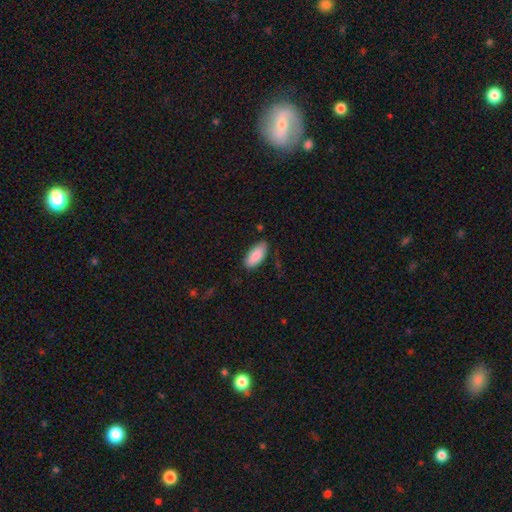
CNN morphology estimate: Smooth or featured? smooth (88%)
How rounded? in between (88%)
Merging? none (80%)